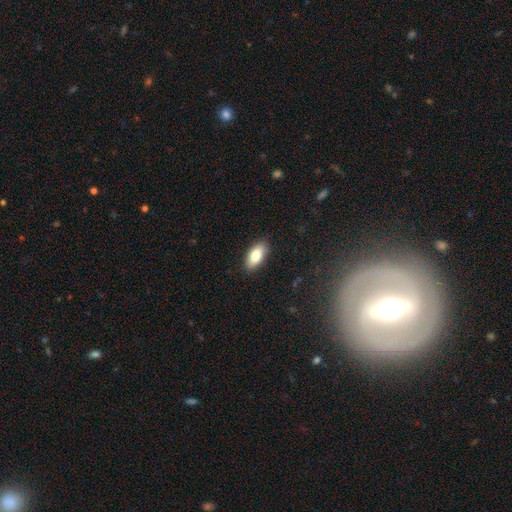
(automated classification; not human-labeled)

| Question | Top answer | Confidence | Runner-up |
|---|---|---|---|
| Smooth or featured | smooth | 80% | featured or disk (14%) |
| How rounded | in between | 89% | cigar-shaped (8%) |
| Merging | none | 88% | minor disturbance (9%) |